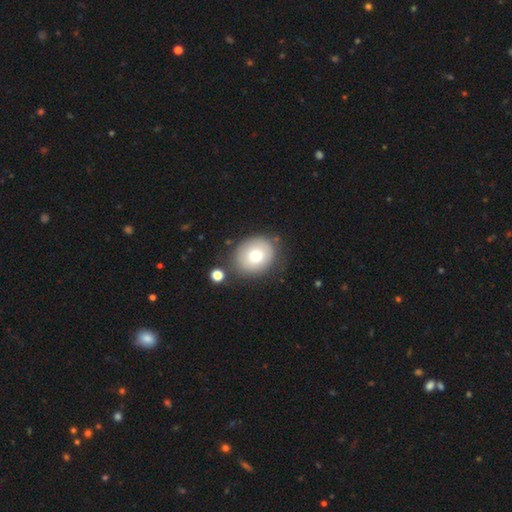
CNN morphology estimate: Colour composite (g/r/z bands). It shows a smooth galaxy with no disk features (73%) that is round (65%). Merging: none (77%).